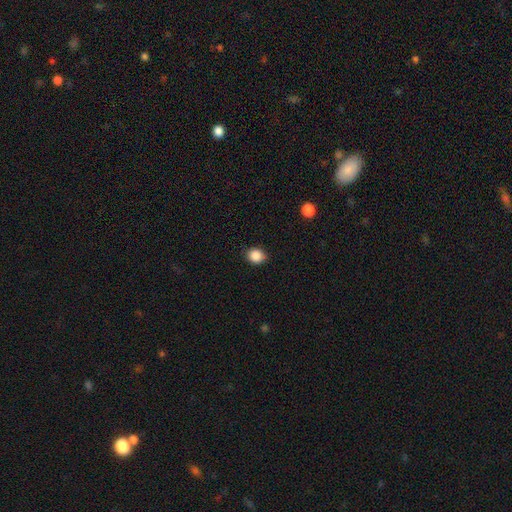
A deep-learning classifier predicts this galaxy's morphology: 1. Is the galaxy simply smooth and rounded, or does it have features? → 87% smooth, 10% star or artifact, 3% featured or disk.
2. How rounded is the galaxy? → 69% round, 30% in between, 1% cigar-shaped.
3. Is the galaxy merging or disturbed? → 86% none, 11% minor disturbance, 2% major disturbance, 1% merger.